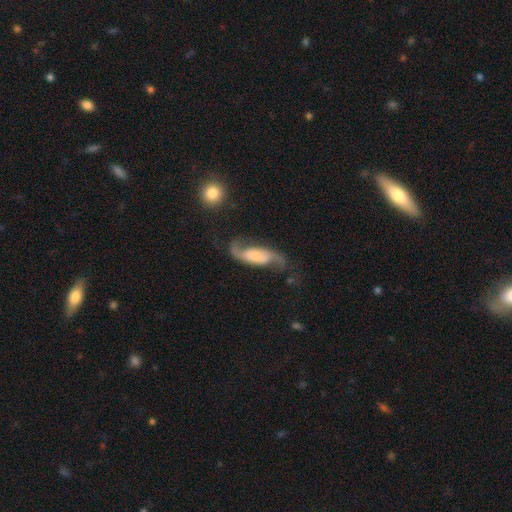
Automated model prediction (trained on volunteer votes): A featured or disk galaxy (80%) with no bar (44%), 2 (91%) loose (72%) spiral arms (96%) and a small central bulge (35%). Merging: none (62%).